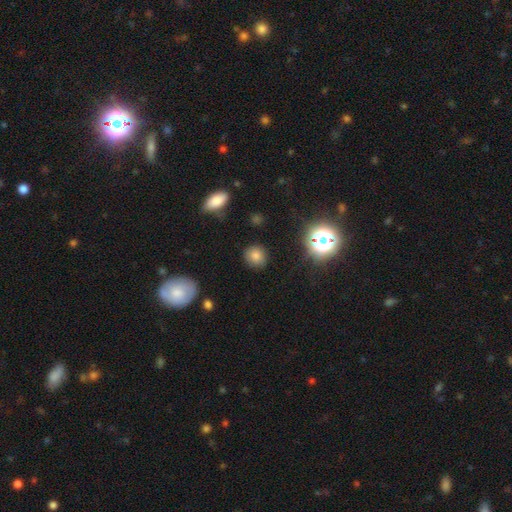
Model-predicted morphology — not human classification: Smooth or featured?
  - smooth: 78% *
  - star or artifact: 16%
  - featured or disk: 7%
How rounded?
  - round: 84% *
  - in between: 15%
  - cigar-shaped: 1%
Merging?
  - none: 87% *
  - minor disturbance: 9%
  - major disturbance: 3%
  - merger: 2%